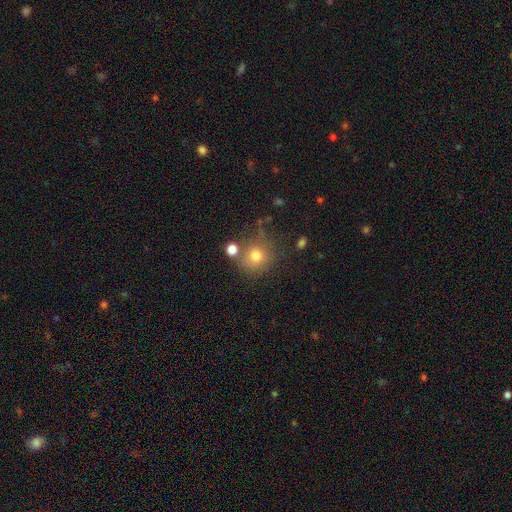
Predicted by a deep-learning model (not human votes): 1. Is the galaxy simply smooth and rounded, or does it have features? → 75% smooth, 14% star or artifact, 11% featured or disk.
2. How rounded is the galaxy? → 88% round, 11% in between, 1% cigar-shaped.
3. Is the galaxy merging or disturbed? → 66% none, 14% merger, 13% minor disturbance, 6% major disturbance.